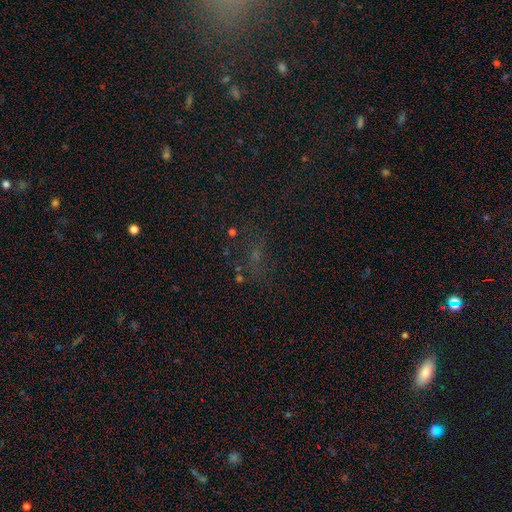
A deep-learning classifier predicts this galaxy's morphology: Q: Smooth or featured?
A: star or artifact (52%); runner-up: smooth (29%)